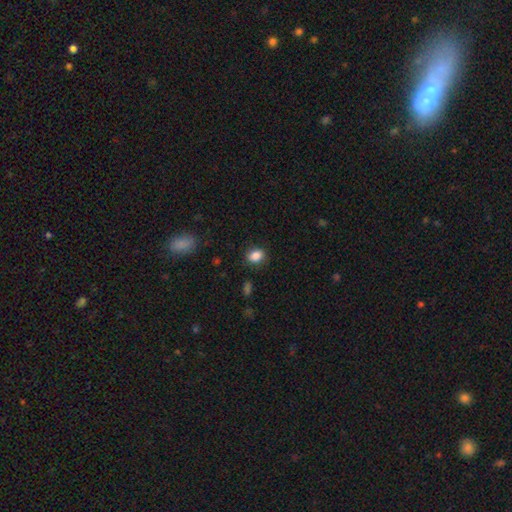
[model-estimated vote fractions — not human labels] Smooth or featured: smooth — 87% (star or artifact — 9%)
How rounded: in between — 60% (round — 39%)
Merging: none — 83% (minor disturbance — 12%)